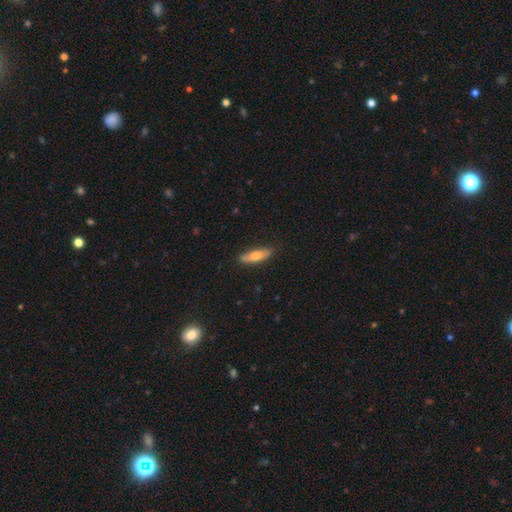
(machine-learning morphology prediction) type=smooth (68%); roundness=cigar-shaped (65%); merging=none (84%).